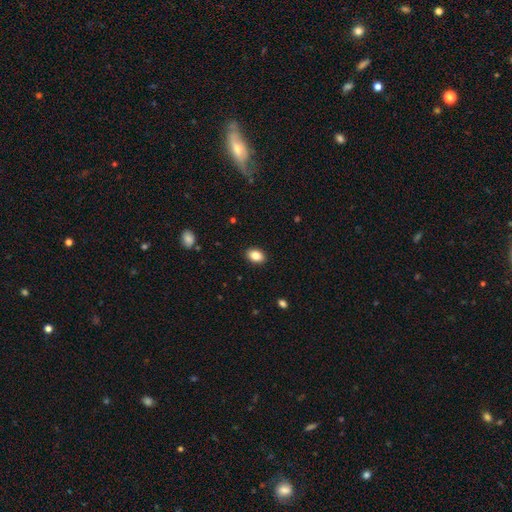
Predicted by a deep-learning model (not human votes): Smooth or featured? smooth (86%)
How rounded? in between (83%)
Merging? none (90%)